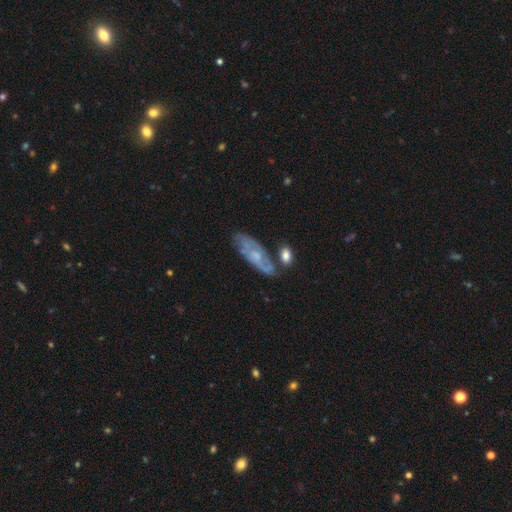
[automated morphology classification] type=featured or disk (65%); edge-on=no (84%); bar=no (70%); spiral arms=yes (75%); bulge=small (54%); merging=none (62%).